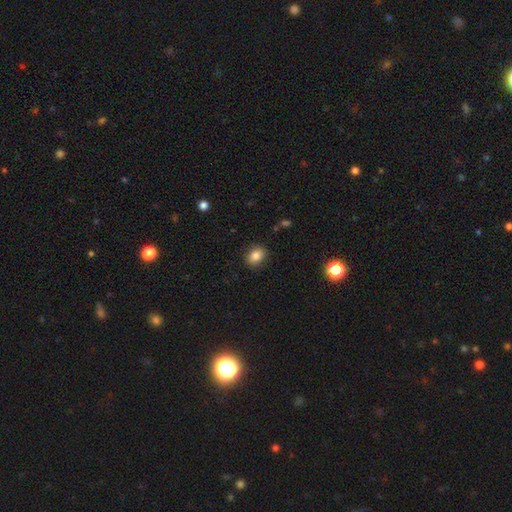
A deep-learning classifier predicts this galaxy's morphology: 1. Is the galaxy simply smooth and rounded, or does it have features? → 83% smooth, 10% star or artifact, 7% featured or disk.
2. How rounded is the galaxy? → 59% in between, 39% round, 1% cigar-shaped.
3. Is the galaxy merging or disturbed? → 88% none, 9% minor disturbance, 2% major disturbance, 1% merger.